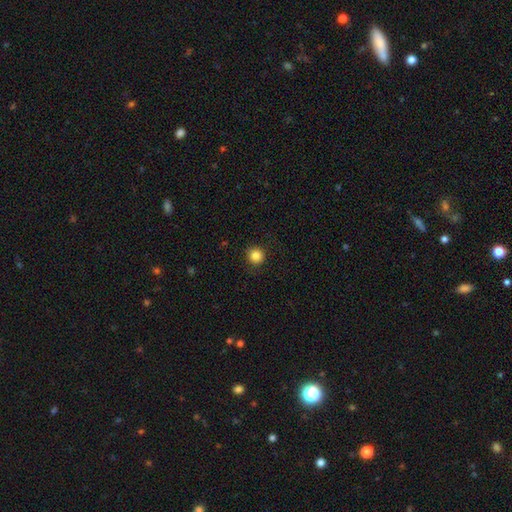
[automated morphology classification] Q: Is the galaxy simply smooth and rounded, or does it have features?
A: smooth — 85%.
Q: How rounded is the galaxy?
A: round — 94%.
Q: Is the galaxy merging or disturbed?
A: none — 90%.